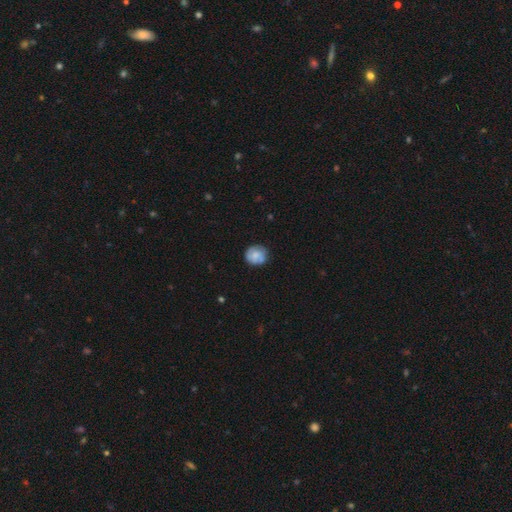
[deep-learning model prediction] Q: Smooth or featured?
A: smooth (65%); runner-up: featured or disk (28%)
Q: How rounded?
A: round (82%); runner-up: in between (17%)
Q: Merging?
A: none (71%); runner-up: minor disturbance (21%)